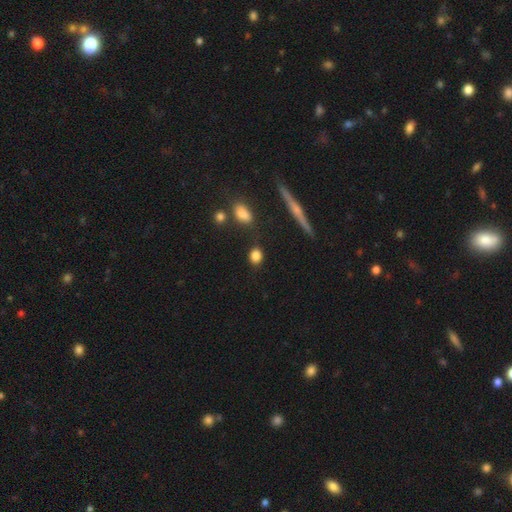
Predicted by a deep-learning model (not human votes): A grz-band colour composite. It shows a smooth galaxy with no disk features (84%) that is round (64%). Merging: none (81%).